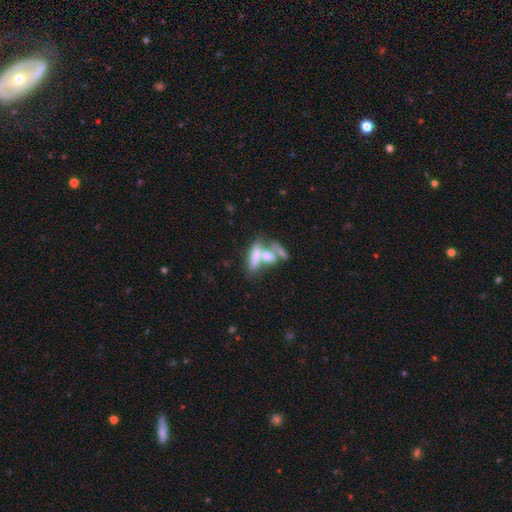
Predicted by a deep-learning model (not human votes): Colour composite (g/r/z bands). It shows a smooth galaxy with no disk features (61%) that is in between round and cigar-shaped (58%). Merging: merger (61%).